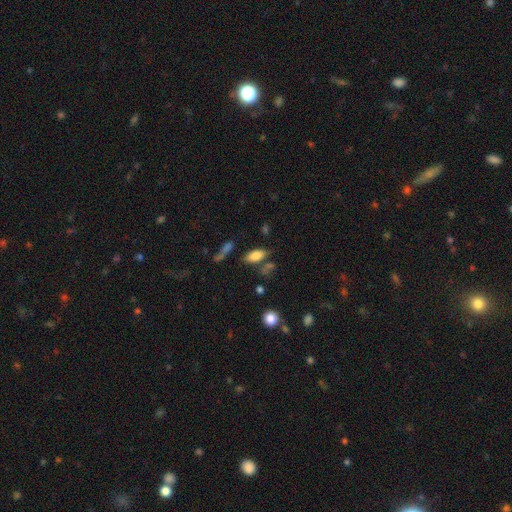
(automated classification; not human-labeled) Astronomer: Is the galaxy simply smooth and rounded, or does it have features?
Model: smooth — 81%.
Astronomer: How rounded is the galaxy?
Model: in between — 88%.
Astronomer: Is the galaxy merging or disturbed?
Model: none — 71%.